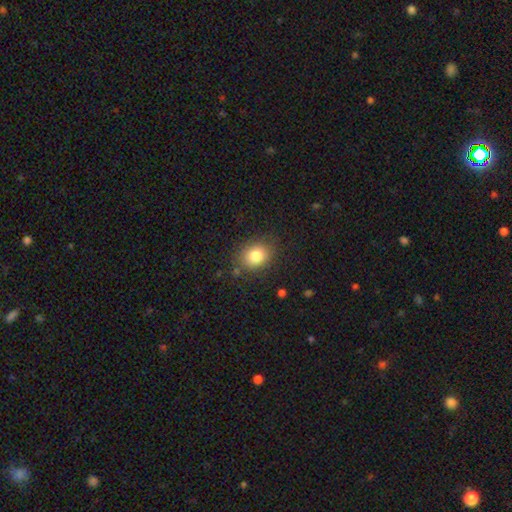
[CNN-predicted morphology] smooth-or-featured: smooth: 82% | star or artifact: 10% | featured or disk: 7%
  how-rounded: round: 61% | in between: 38% | cigar-shaped: 1%
  merging: none: 83% | minor disturbance: 12% | major disturbance: 4% | merger: 2%